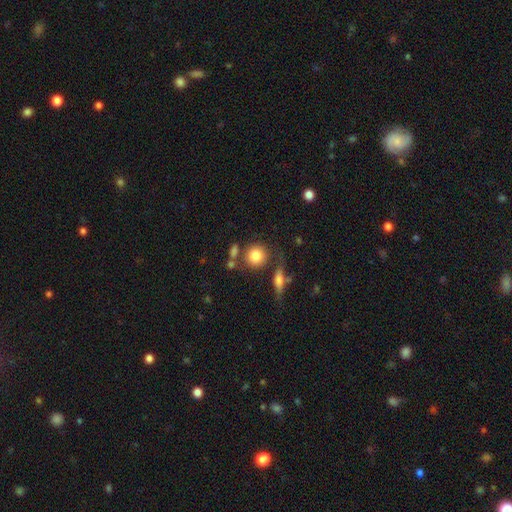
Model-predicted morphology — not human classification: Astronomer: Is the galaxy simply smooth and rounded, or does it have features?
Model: smooth — 82%.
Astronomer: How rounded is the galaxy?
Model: round — 85%.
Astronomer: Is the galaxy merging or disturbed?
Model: none — 67%.